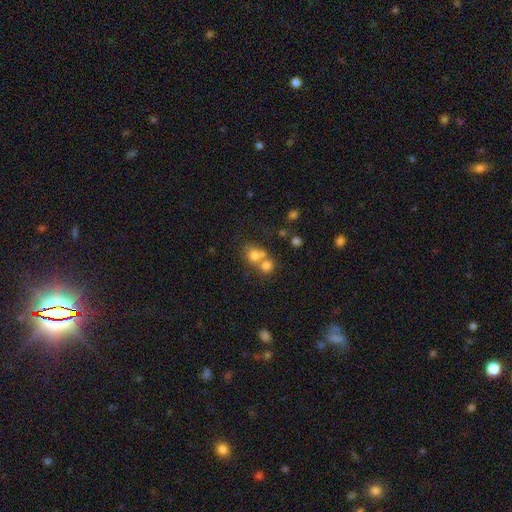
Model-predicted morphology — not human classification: smooth 69%, featured or disk 17%, star or artifact 14%. Down the decision tree: how rounded — round (76%); merging — merger (54%).